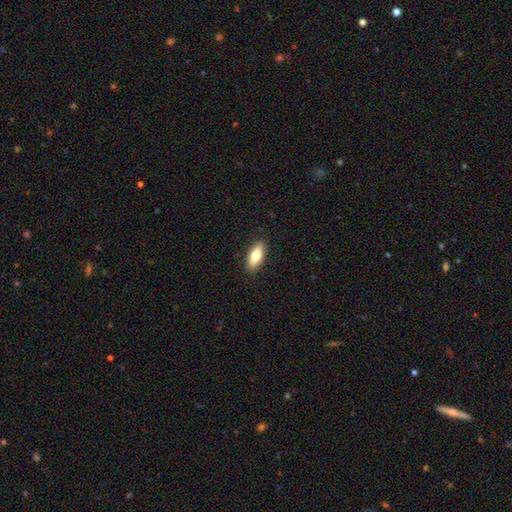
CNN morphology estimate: A smooth galaxy with no disk features (70%) that is in between round and cigar-shaped (73%).

Vote fractions:
- Smooth or featured? smooth: 70% / featured or disk: 23% / star or artifact: 6%
- How rounded? in between: 73% / cigar-shaped: 24% / round: 3%
- Merging? none: 90% / minor disturbance: 8% / major disturbance: 2% / merger: 1%